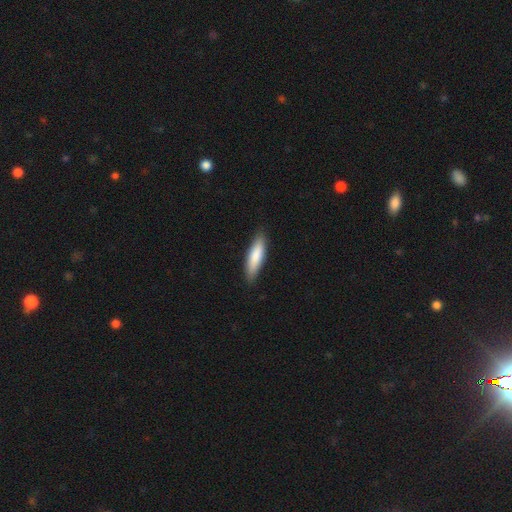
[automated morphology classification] type=smooth (82%); roundness=cigar-shaped (65%); merging=none (86%).